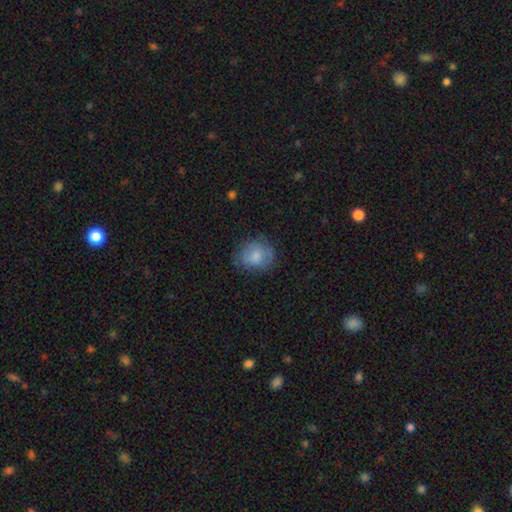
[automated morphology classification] A smooth galaxy with no disk features (71%) that is round (70%).

Vote fractions:
- Smooth or featured? smooth: 71% / featured or disk: 22% / star or artifact: 8%
- How rounded? round: 70% / in between: 29% / cigar-shaped: 1%
- Merging? none: 68% / minor disturbance: 22% / major disturbance: 9% / merger: 1%